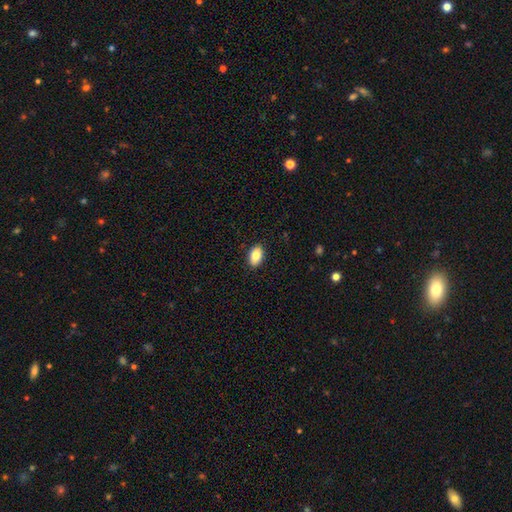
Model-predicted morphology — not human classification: This appears to be a smooth galaxy with no disk features (85%) that is in between round and cigar-shaped (91%). Merging: none (89%).